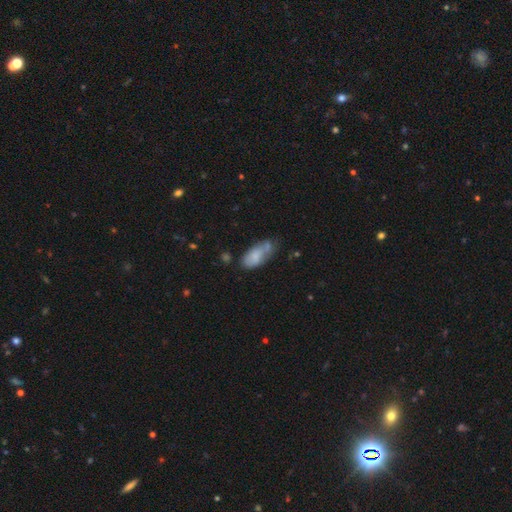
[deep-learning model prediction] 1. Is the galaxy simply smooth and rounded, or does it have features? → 72% smooth, 20% featured or disk, 8% star or artifact.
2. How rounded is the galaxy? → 87% in between, 10% cigar-shaped, 3% round.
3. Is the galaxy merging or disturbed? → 35% none, 29% minor disturbance, 24% merger, 13% major disturbance.